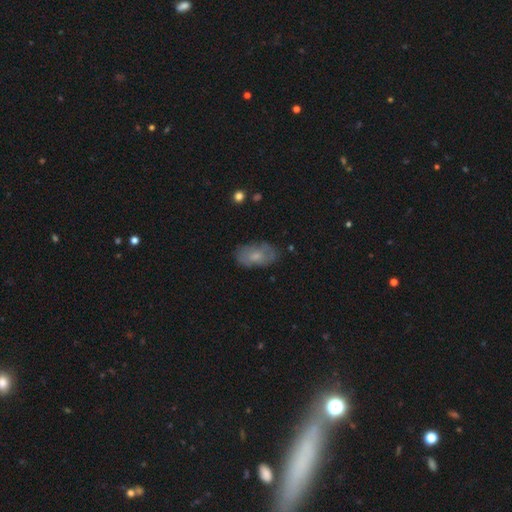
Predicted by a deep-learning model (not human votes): This appears to be a smooth galaxy with no disk features (58%) that is in between round and cigar-shaped (91%). Merging: none (72%).